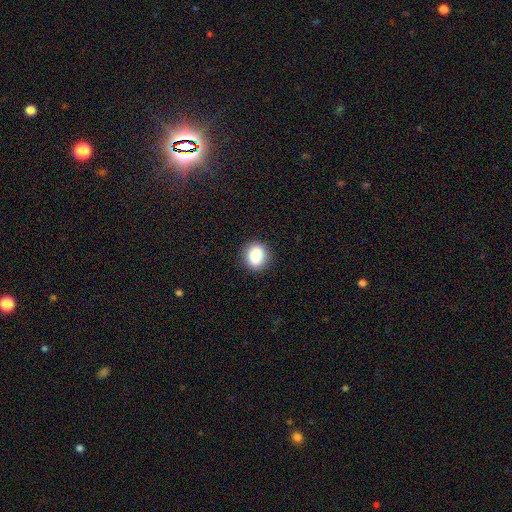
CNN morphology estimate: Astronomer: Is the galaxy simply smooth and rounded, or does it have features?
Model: smooth — 86%.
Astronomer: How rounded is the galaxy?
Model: round — 71%.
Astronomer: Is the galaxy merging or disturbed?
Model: none — 88%.